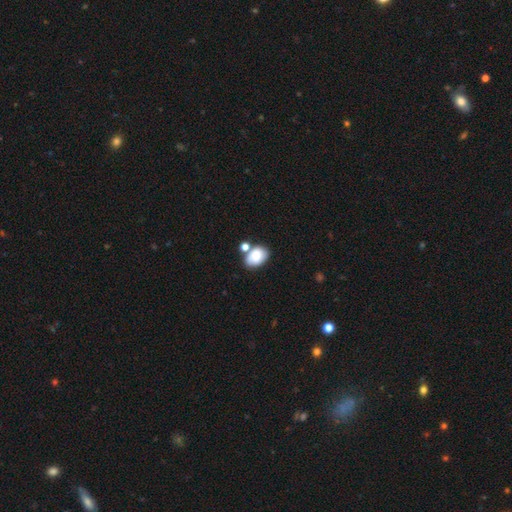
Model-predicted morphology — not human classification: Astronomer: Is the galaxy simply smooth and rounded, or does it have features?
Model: smooth — 82%.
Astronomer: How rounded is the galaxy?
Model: in between — 80%.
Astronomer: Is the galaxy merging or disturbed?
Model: none — 53%.